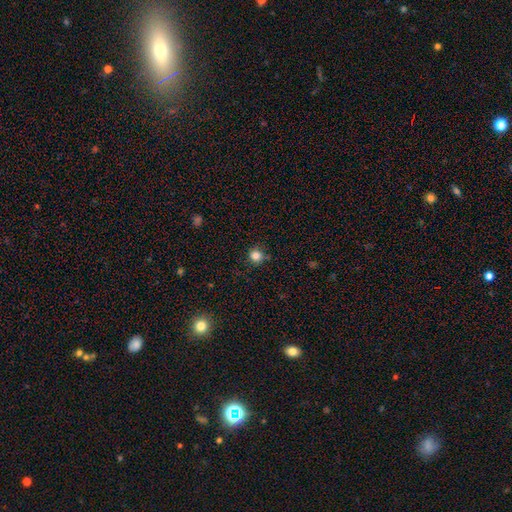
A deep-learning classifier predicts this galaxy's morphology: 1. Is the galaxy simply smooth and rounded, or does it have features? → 83% smooth, 12% star or artifact, 5% featured or disk.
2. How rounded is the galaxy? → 92% round, 7% in between, 1% cigar-shaped.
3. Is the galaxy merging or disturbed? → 84% none, 11% minor disturbance, 3% major disturbance, 2% merger.